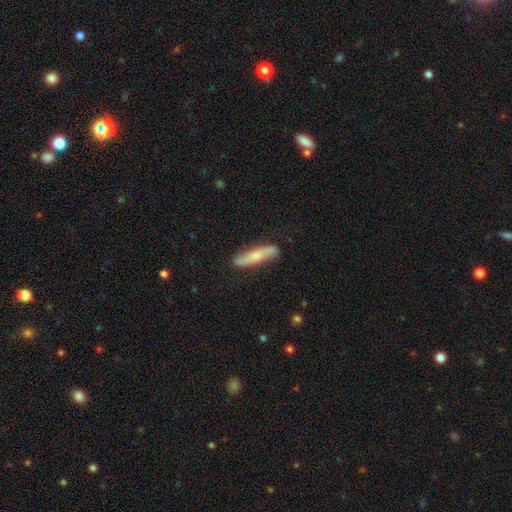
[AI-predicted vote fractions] smooth 59%, featured or disk 35%, star or artifact 6%. Down the decision tree: how rounded — cigar-shaped (82%); merging — none (82%).